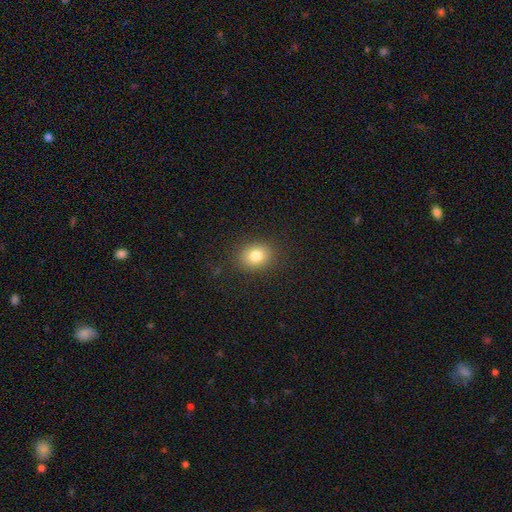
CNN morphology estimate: This is likely a smooth galaxy (80%). How rounded: possibly round (55%). Merging: clearly none (88%).